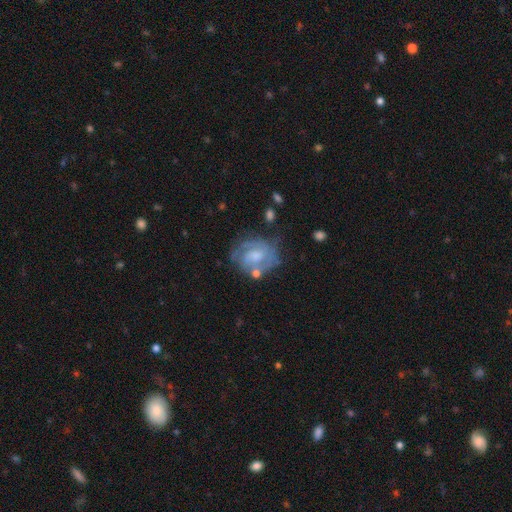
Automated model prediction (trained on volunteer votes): Smooth or featured? featured or disk (71%)
Edge-on disk? no (97%)
Bar? no (55%)
Spiral arms? yes (84%)
Spiral winding? tight (51%)
Spiral arm count? 2 (48%)
Bulge size? moderate (48%)
Merging? none (58%)